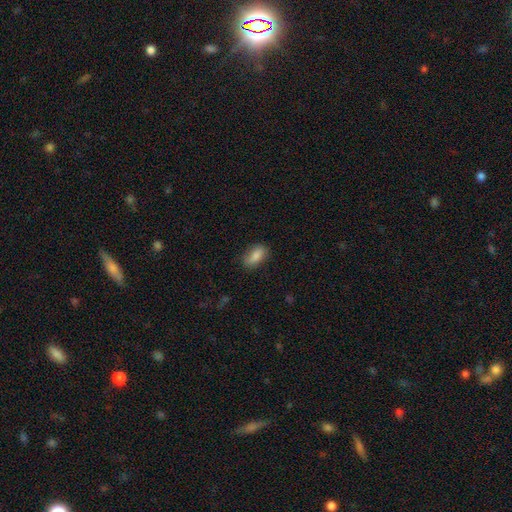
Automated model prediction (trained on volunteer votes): This appears to be a smooth galaxy with no disk features (86%) that is in between round and cigar-shaped (88%). Merging: none (79%).